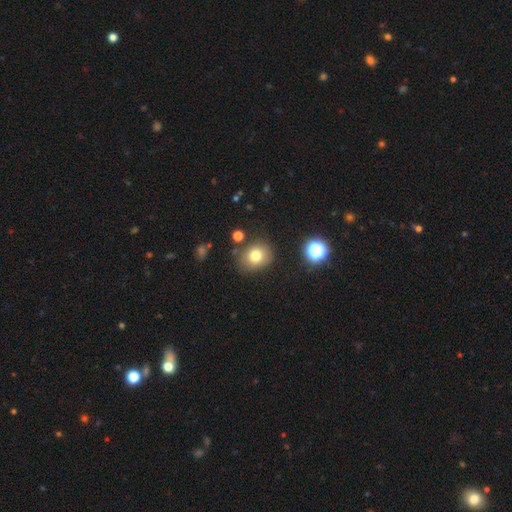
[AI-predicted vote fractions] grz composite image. It shows a smooth galaxy with no disk features (77%) that is round (69%). Merging: none (81%).